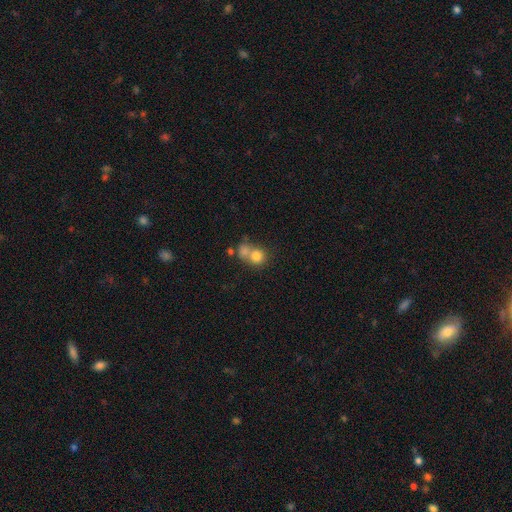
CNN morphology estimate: smooth 77%, featured or disk 12%, star or artifact 11%. Down the decision tree: how rounded — round (80%); merging — merger (51%).